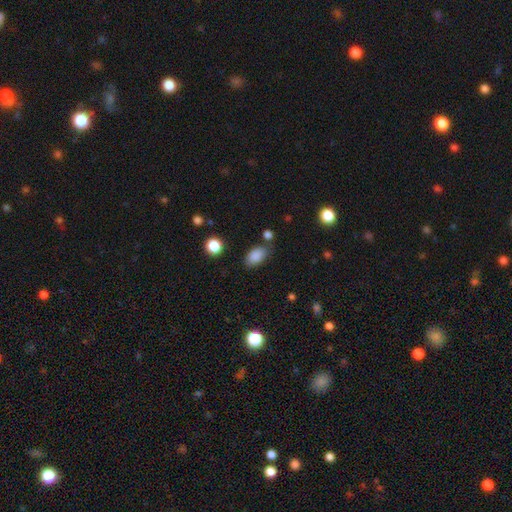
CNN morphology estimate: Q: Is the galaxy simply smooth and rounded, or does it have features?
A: smooth — 86%.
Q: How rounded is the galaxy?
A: in between — 91%.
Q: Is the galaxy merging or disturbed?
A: none — 74%.